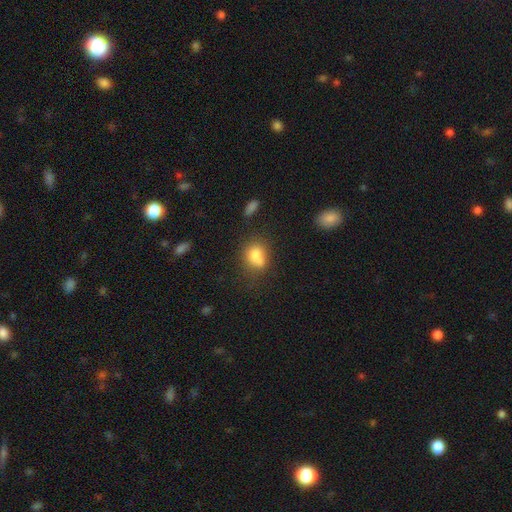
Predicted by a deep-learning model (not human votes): smooth-or-featured: smooth: 75% | featured or disk: 13% | star or artifact: 12%
  how-rounded: in between: 50% | round: 48% | cigar-shaped: 2%
  merging: none: 41% | merger: 29% | minor disturbance: 20% | major disturbance: 10%